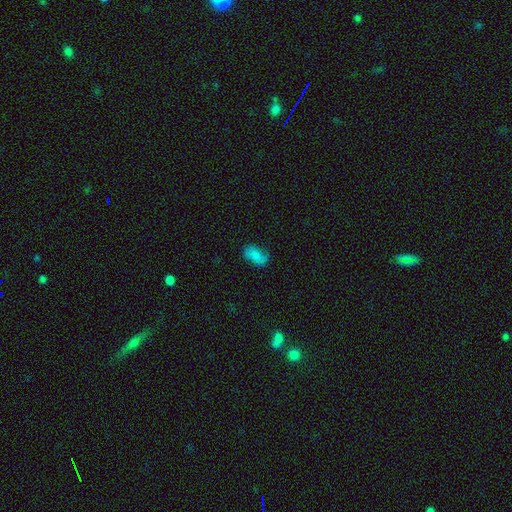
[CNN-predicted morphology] smooth 70%, featured or disk 18%, star or artifact 11%. Down the decision tree: how rounded — in between (89%); merging — none (59%).